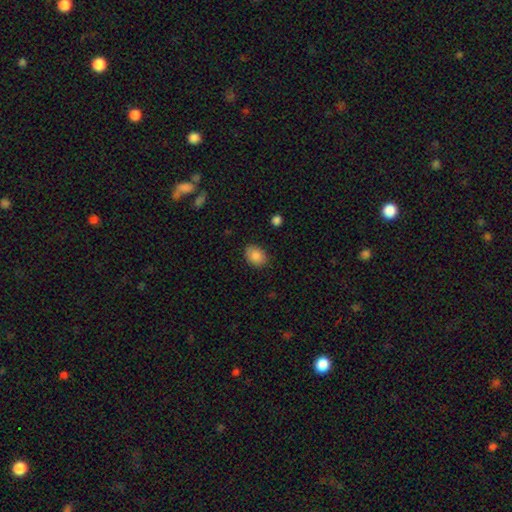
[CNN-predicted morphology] smooth_or_featured: smooth (p=0.86) [alt: star or artifact p=0.08]
how_rounded: in between (p=0.66) [alt: round p=0.33]
merging: none (p=0.83) [alt: minor disturbance p=0.13]